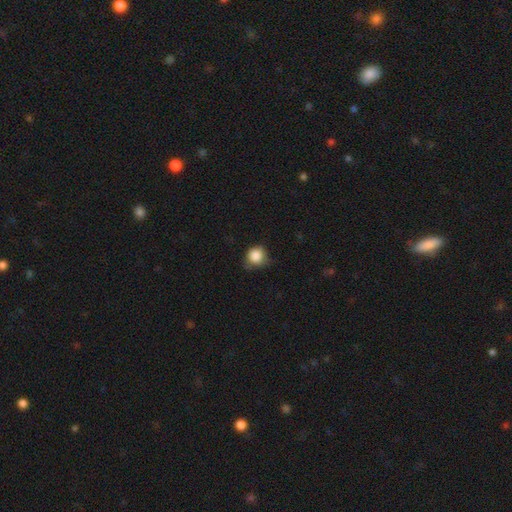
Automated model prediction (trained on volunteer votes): Q: Smooth or featured?
A: smooth (85%); runner-up: star or artifact (9%)
Q: How rounded?
A: round (86%); runner-up: in between (13%)
Q: Merging?
A: none (55%); runner-up: minor disturbance (35%)